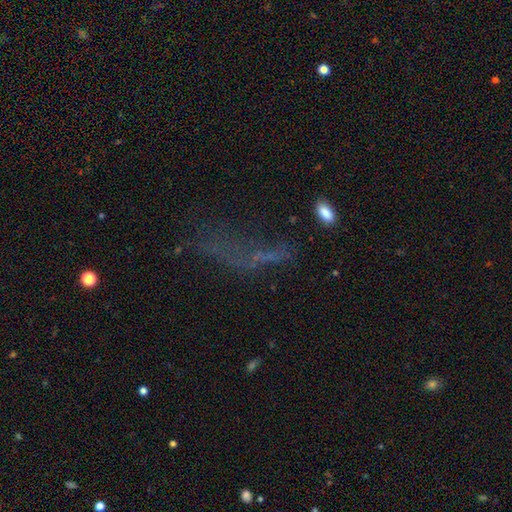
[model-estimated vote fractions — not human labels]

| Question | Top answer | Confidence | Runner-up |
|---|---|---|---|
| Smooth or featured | smooth | 37% | star or artifact (33%) |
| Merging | none | 40% | major disturbance (37%) |